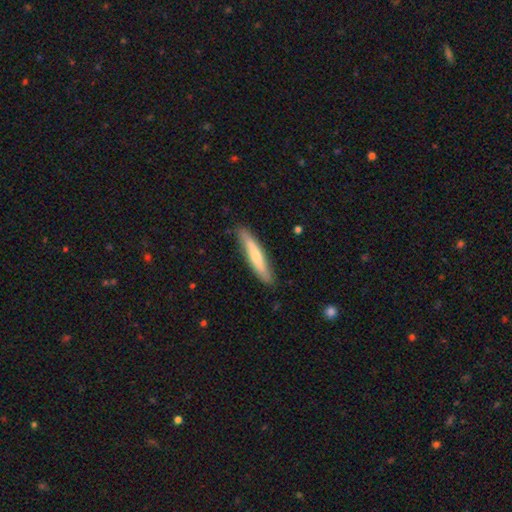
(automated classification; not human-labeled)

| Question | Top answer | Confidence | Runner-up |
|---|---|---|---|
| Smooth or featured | smooth | 62% | featured or disk (33%) |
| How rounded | cigar-shaped | 92% | in between (7%) |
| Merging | none | 85% | minor disturbance (12%) |